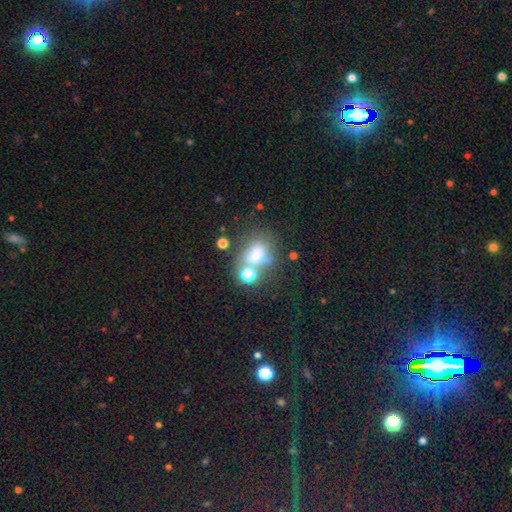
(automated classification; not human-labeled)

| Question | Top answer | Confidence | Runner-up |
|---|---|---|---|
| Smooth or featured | smooth | 60% | star or artifact (20%) |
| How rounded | in between | 59% | round (39%) |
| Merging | none | 40% | merger (30%) |